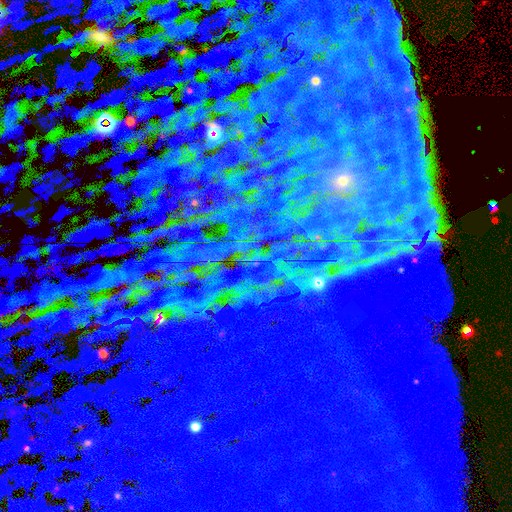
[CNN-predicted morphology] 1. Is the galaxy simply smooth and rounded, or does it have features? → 82% star or artifact, 11% smooth, 8% featured or disk.